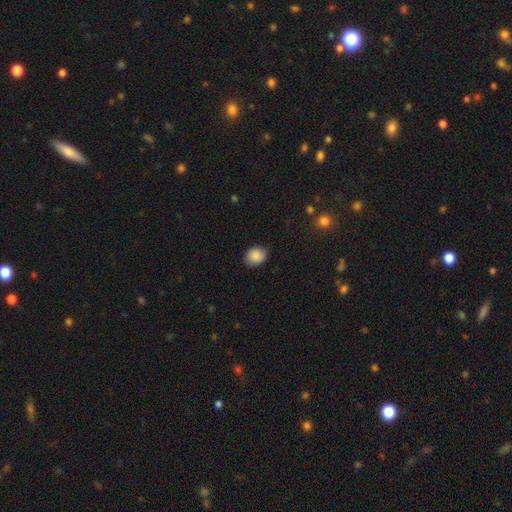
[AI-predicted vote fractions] Overall: smooth (88%). How rounded: round (59%; in between 40%). Merging: none (84%).